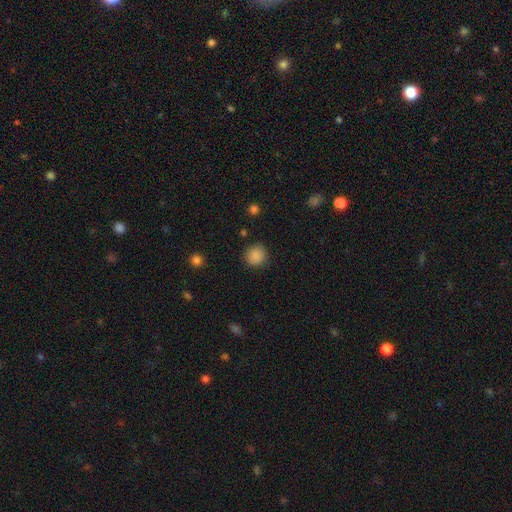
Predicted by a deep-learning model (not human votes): A smooth galaxy with no disk features (87%) that is round (92%). Merging: none (88%).